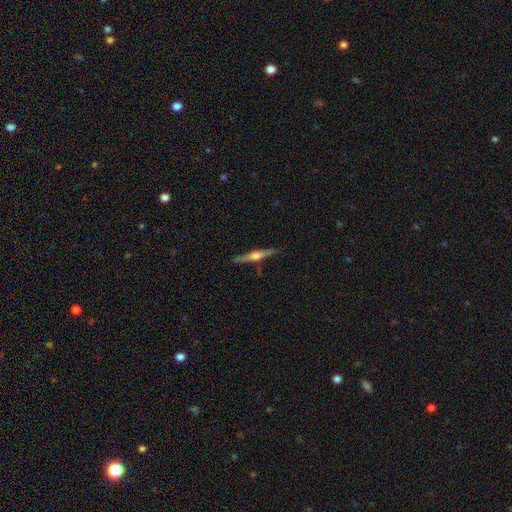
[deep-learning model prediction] Smooth or featured?
  - featured or disk: 73% *
  - smooth: 22%
  - star or artifact: 6%
Edge-on disk?
  - yes: 98% *
  - no: 2%
Edge-on bulge?
  - rounded: 85% *
  - boxy: 11%
  - none: 5%
Merging?
  - none: 88% *
  - minor disturbance: 9%
  - major disturbance: 2%
  - merger: 1%